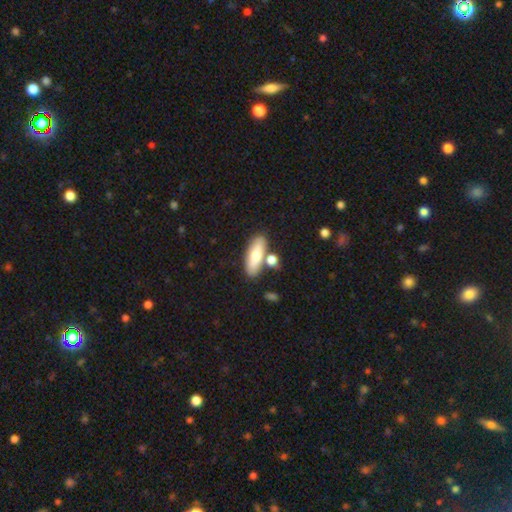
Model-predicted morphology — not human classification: Q: Smooth or featured?
A: smooth (70%); runner-up: featured or disk (23%)
Q: How rounded?
A: in between (60%); runner-up: cigar-shaped (37%)
Q: Merging?
A: none (72%); runner-up: merger (14%)